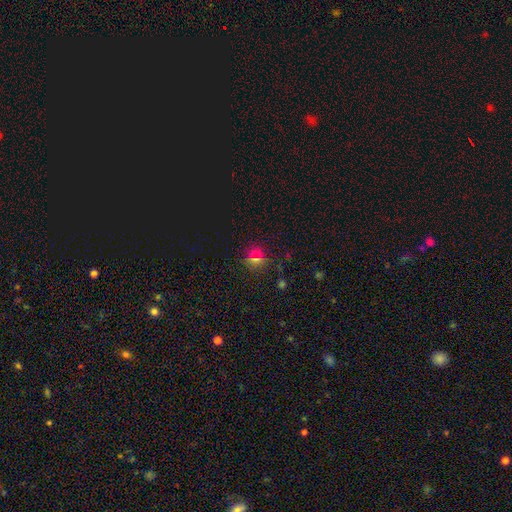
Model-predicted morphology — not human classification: Smooth or featured: smooth — 55% (star or artifact — 37%)
How rounded: round — 89% (in between — 9%)
Merging: none — 85% (minor disturbance — 9%)